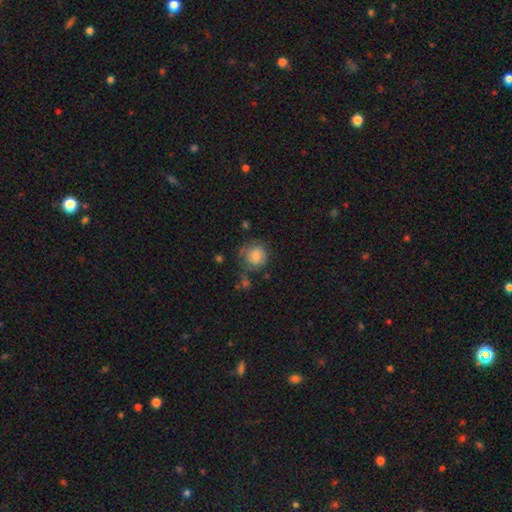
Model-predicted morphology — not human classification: smooth_or_featured: smooth (p=0.74) [alt: featured or disk p=0.18]
how_rounded: round (p=0.84) [alt: in between p=0.15]
merging: none (p=0.59) [alt: minor disturbance p=0.24]